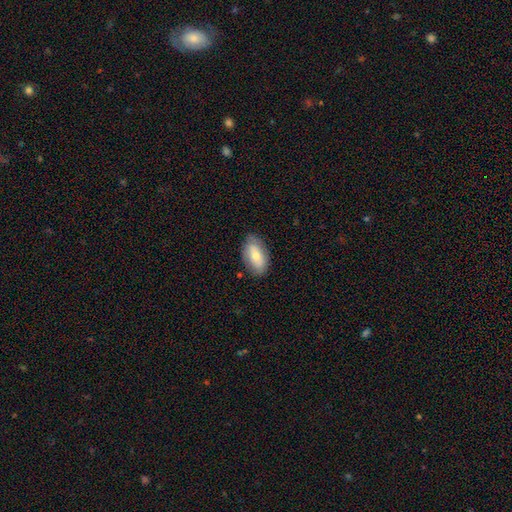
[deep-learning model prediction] A smooth galaxy with no disk features (68%) that is in between round and cigar-shaped (92%).

Vote fractions:
- Smooth or featured? smooth: 68% / featured or disk: 25% / star or artifact: 6%
- How rounded? in between: 92% / cigar-shaped: 4% / round: 4%
- Merging? none: 80% / minor disturbance: 15% / major disturbance: 4% / merger: 1%